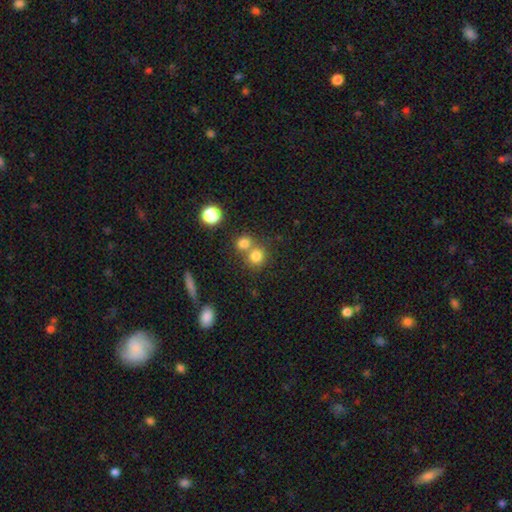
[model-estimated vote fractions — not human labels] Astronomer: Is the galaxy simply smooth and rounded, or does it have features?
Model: smooth — 78%.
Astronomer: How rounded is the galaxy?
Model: round — 86%.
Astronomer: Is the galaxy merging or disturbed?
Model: none — 53% (runner-up: merger, 37%).